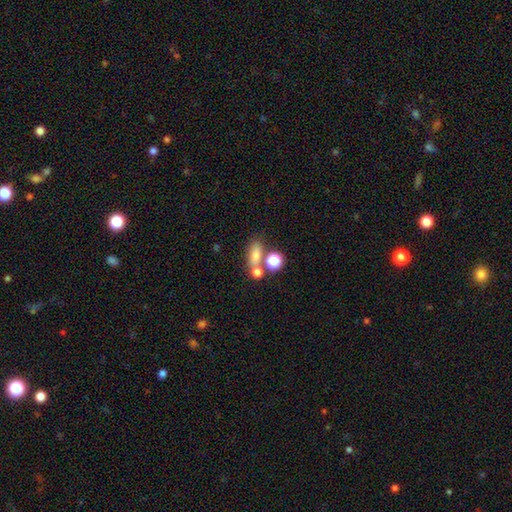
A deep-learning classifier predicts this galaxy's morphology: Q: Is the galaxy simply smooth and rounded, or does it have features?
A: smooth — 72%.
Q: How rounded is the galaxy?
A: in between — 63%.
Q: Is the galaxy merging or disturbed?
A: none — 55%.